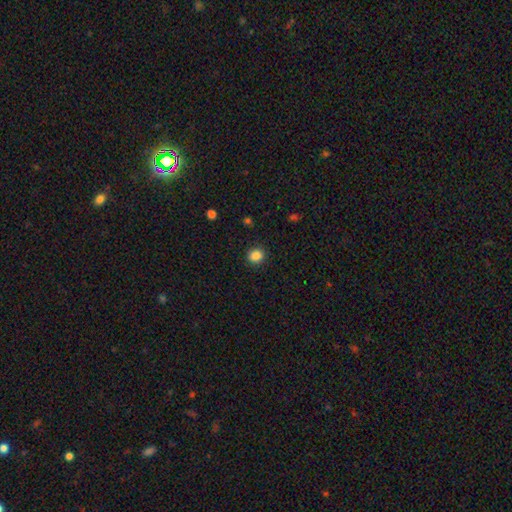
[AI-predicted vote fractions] Overall: smooth (87%). How rounded: round (69%; in between 30%). Merging: none (90%).